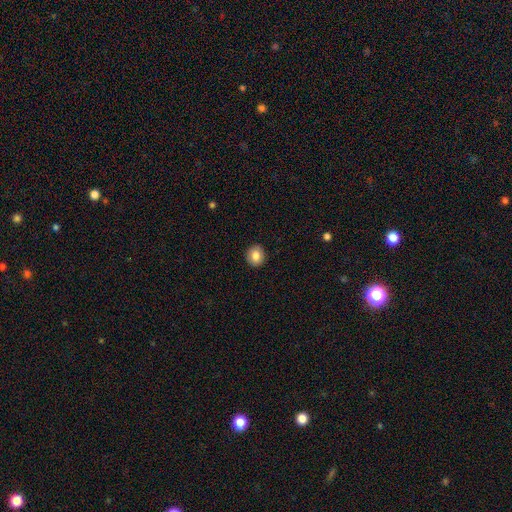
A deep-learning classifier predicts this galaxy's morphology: smooth 85%, star or artifact 8%, featured or disk 7%. Down the decision tree: how rounded — round (77%); merging — none (91%).